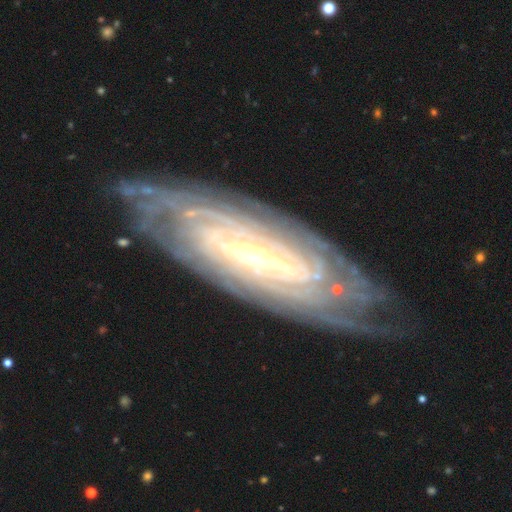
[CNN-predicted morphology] Smooth or featured? featured or disk (88%)
Edge-on disk? no (87%)
Bar? weak (35%, tied with strong)
Spiral arms? yes (96%)
Spiral winding? tight (79%)
Spiral arm count? can't tell (40%)
Bulge size? small (76%)
Merging? none (77%)